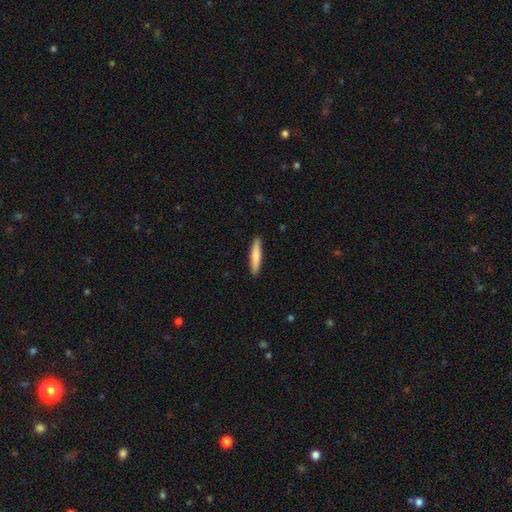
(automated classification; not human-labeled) A smooth galaxy with no disk features (76%) that is cigar-shaped (90%).

Vote fractions:
- Smooth or featured? smooth: 76% / featured or disk: 19% / star or artifact: 5%
- How rounded? cigar-shaped: 90% / in between: 9% / round: 1%
- Merging? none: 91% / minor disturbance: 7% / major disturbance: 1% / merger: 1%